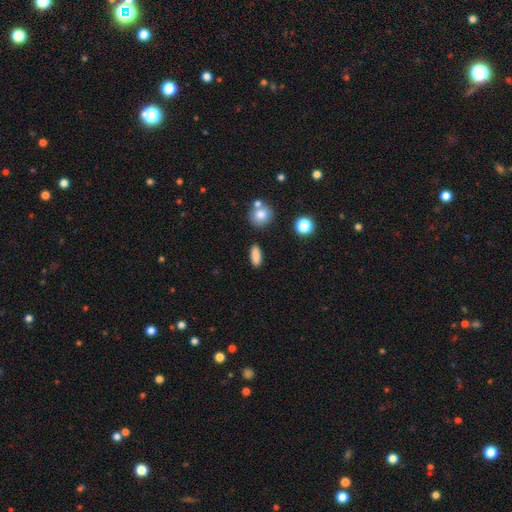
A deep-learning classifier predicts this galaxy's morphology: Smooth or featured?
  - smooth: 86% *
  - star or artifact: 9%
  - featured or disk: 6%
How rounded?
  - in between: 74% *
  - cigar-shaped: 20%
  - round: 6%
Merging?
  - none: 85% *
  - minor disturbance: 9%
  - merger: 3%
  - major disturbance: 3%